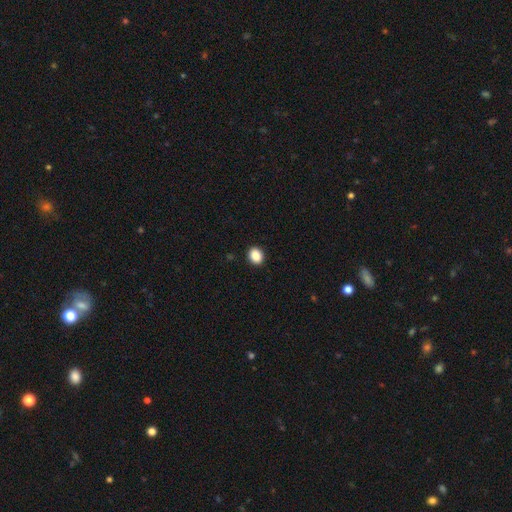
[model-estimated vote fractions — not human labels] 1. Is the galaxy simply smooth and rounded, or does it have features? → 88% smooth, 9% star or artifact, 3% featured or disk.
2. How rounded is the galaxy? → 58% round, 41% in between, 1% cigar-shaped.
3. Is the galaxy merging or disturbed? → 92% none, 5% minor disturbance, 2% major disturbance, 1% merger.